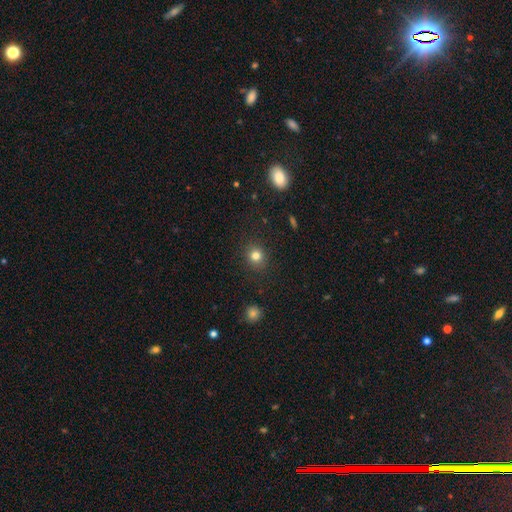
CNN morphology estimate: This is clearly a smooth galaxy (80%). How rounded: clearly round (86%). Merging: clearly none (89%).